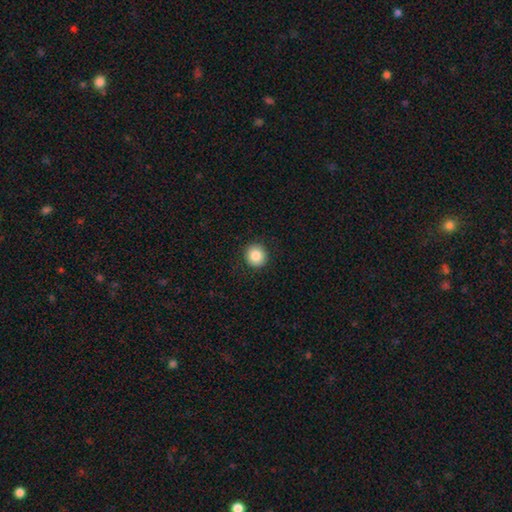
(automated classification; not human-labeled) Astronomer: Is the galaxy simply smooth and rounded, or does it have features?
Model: smooth — 86%.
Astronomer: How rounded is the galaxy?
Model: round — 91%.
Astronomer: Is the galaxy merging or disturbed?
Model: none — 91%.